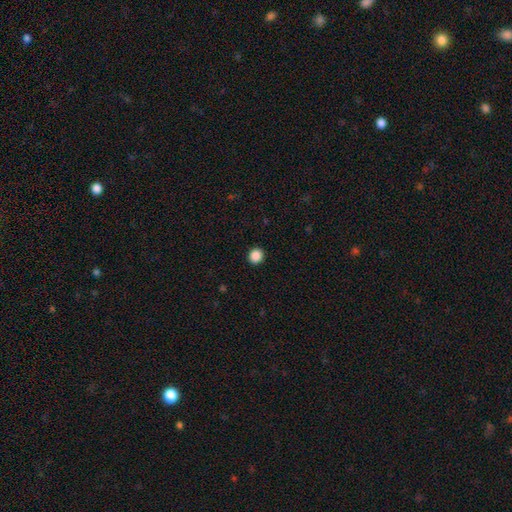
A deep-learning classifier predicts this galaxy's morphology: smooth_or_featured: smooth (p=0.88) [alt: star or artifact p=0.10]
how_rounded: round (p=0.87) [alt: in between p=0.12]
merging: none (p=0.93) [alt: minor disturbance p=0.05]